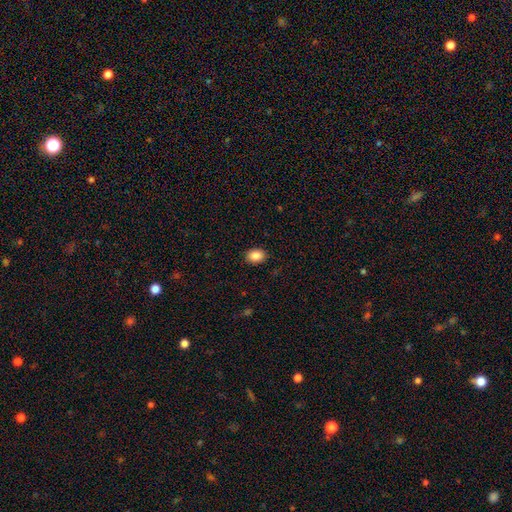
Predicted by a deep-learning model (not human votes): Smooth or featured? smooth (88%)
How rounded? in between (70%)
Merging? none (89%)